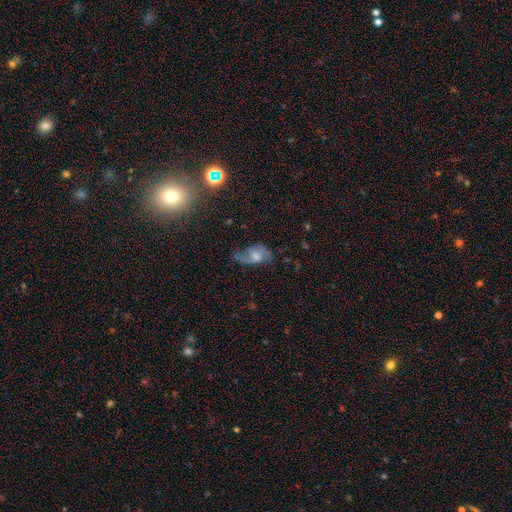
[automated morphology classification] A featured or disk galaxy (52%). Merging: none (47%).